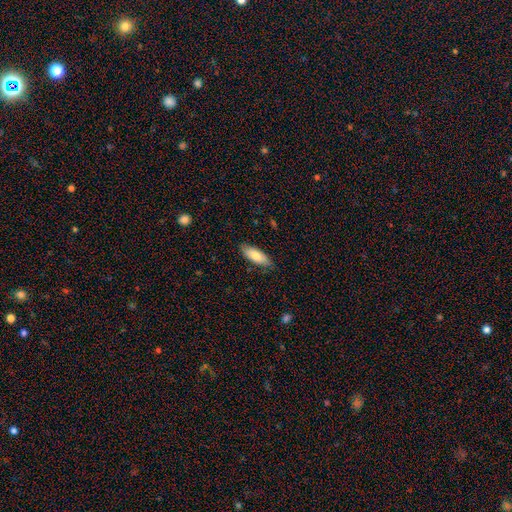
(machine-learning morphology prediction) Smooth or featured? smooth (77%)
How rounded? in between (72%)
Merging? none (82%)